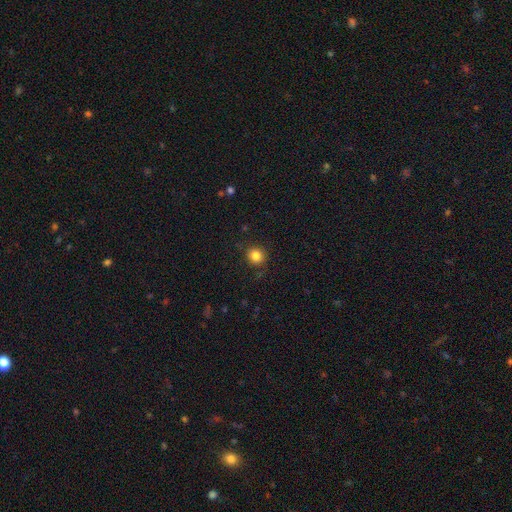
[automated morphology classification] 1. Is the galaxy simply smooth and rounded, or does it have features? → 83% smooth, 12% star or artifact, 5% featured or disk.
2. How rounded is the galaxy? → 87% round, 12% in between, 1% cigar-shaped.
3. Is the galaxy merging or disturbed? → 87% none, 9% minor disturbance, 3% major disturbance, 1% merger.